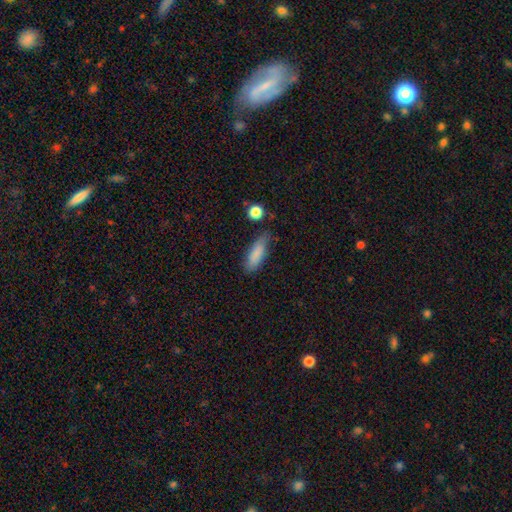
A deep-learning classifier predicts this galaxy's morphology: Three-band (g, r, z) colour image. It shows a smooth galaxy with no disk features (83%) that is in between round and cigar-shaped (54%). Merging: none (67%).